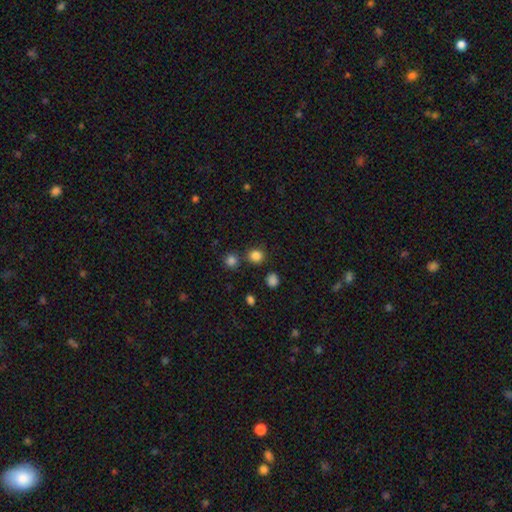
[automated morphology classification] A smooth galaxy with no disk features (82%) that is round (86%). Merging: none (79%).